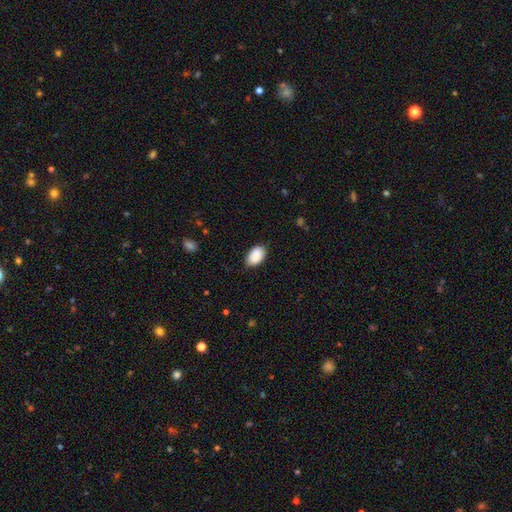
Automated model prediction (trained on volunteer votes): Overall: smooth (90%). How rounded: in between (92%). Merging: none (81%).